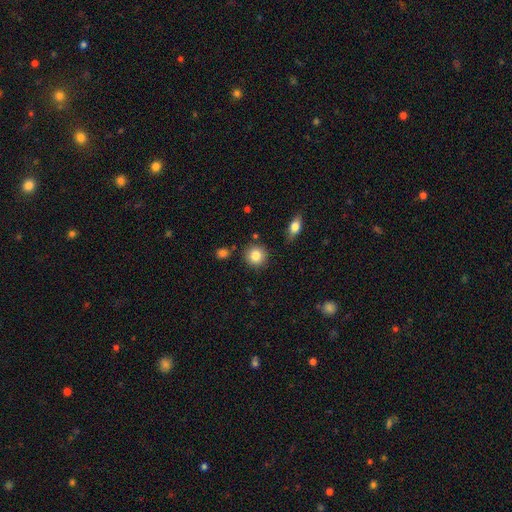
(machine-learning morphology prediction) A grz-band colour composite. It shows a smooth galaxy with no disk features (85%) that is round (91%). Merging: none (87%).